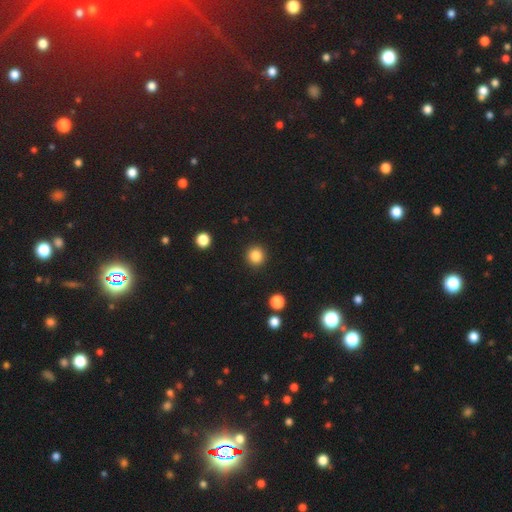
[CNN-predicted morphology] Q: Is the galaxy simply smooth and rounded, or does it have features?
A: smooth — 86%.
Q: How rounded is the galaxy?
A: round — 94%.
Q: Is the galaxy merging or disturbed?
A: none — 92%.